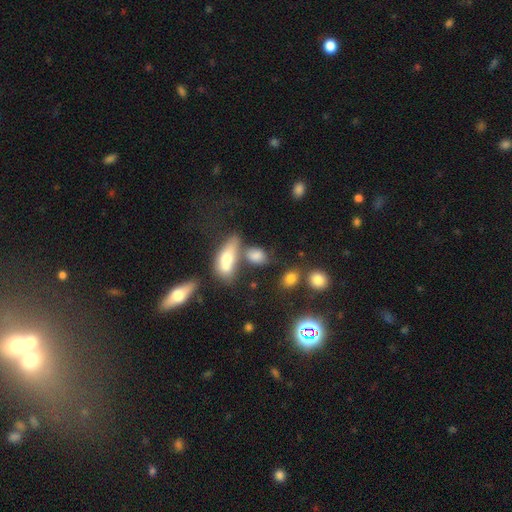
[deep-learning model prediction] Smooth or featured? Predicted: smooth (p=0.76). How rounded? Predicted: in between (p=0.76). Merging? Predicted: none (p=0.47).